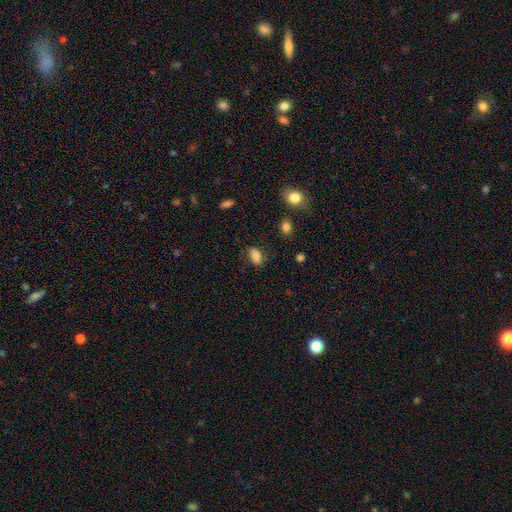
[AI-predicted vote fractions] This is clearly a smooth galaxy (81%). How rounded: clearly in between (88%). Merging: likely none (74%).